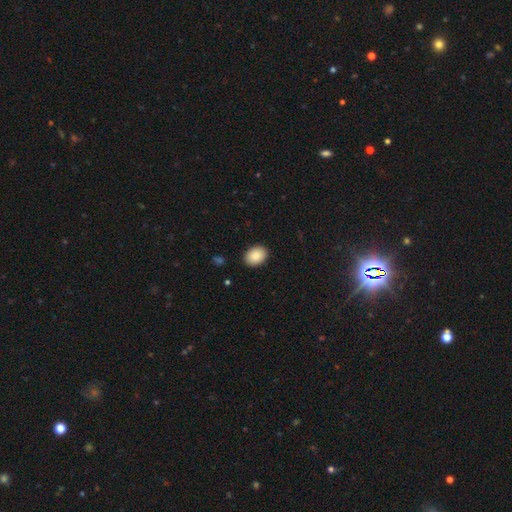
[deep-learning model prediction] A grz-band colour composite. It shows a smooth galaxy with no disk features (90%) that is in between round and cigar-shaped (74%). Merging: none (90%).